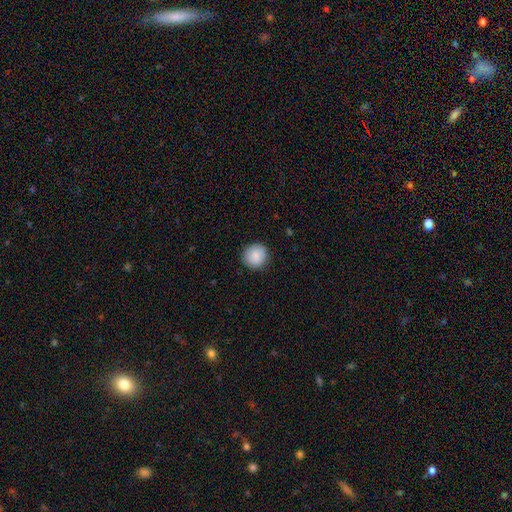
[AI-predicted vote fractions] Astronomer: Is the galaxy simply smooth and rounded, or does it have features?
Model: smooth — 88%.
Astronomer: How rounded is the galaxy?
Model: round — 93%.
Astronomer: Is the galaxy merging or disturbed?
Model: none — 90%.